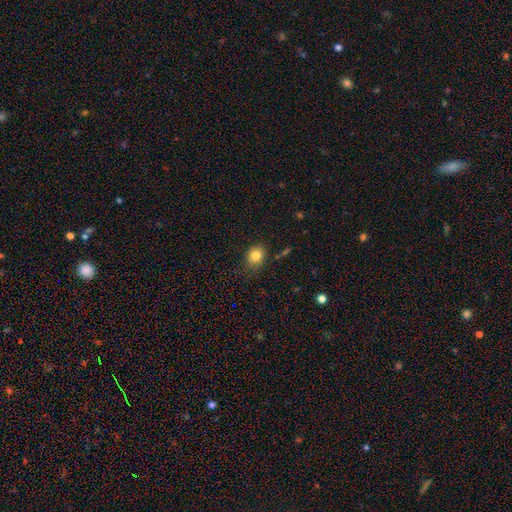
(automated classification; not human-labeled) smooth-or-featured: smooth: 82% | star or artifact: 11% | featured or disk: 7%
  how-rounded: round: 66% | in between: 33% | cigar-shaped: 1%
  merging: none: 74% | minor disturbance: 19% | major disturbance: 5% | merger: 2%